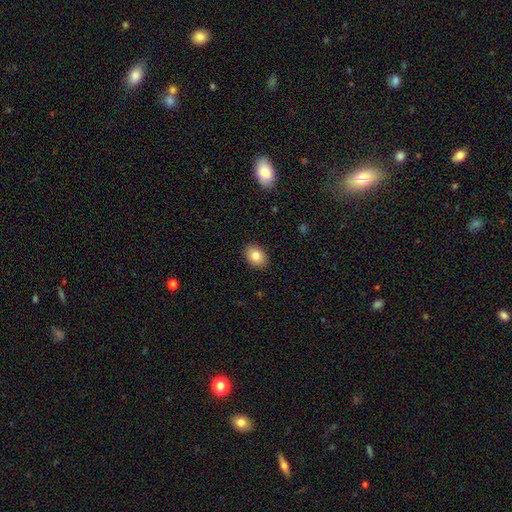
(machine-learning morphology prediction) smooth-or-featured: smooth: 83% | featured or disk: 9% | star or artifact: 8%
  how-rounded: in between: 71% | round: 28% | cigar-shaped: 1%
  merging: none: 89% | minor disturbance: 8% | major disturbance: 2% | merger: 1%